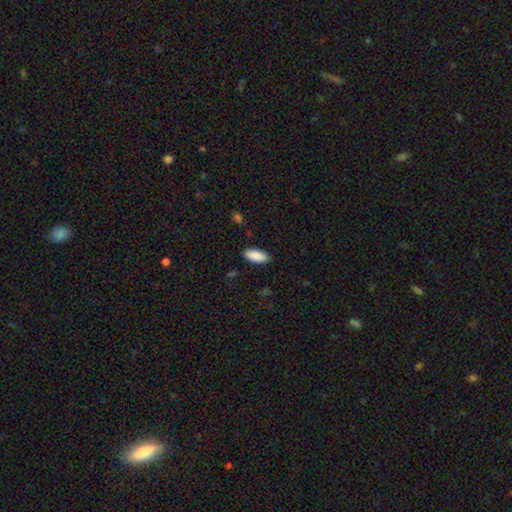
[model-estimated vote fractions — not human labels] A smooth galaxy with no disk features (90%) that is in between round and cigar-shaped (89%). Merging: none (88%).